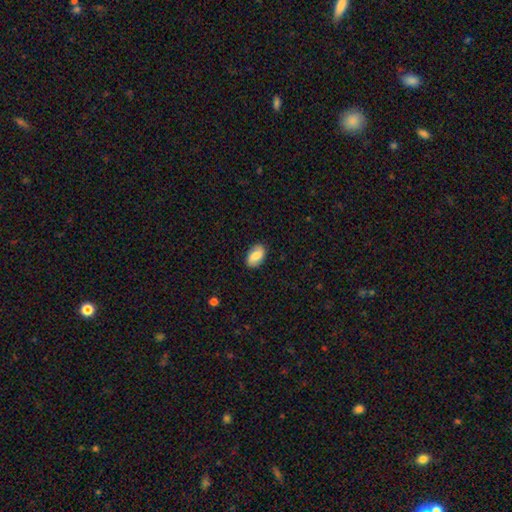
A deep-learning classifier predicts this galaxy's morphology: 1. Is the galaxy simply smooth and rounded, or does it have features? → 70% smooth, 23% featured or disk, 7% star or artifact.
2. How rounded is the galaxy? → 93% in between, 5% round, 2% cigar-shaped.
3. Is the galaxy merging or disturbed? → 85% none, 11% minor disturbance, 2% major disturbance, 1% merger.